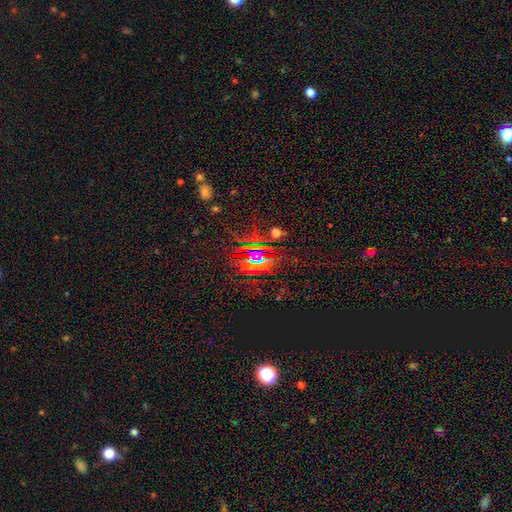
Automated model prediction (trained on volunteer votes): This appears to be a star or artifact, not a galaxy (80%).